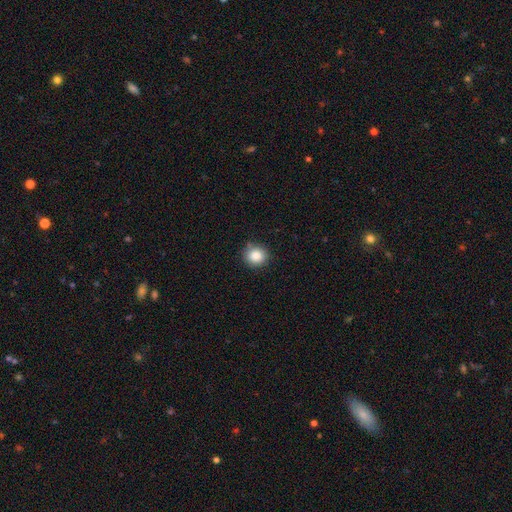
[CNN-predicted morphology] smooth-or-featured: smooth: 86% | star or artifact: 10% | featured or disk: 4%
  how-rounded: round: 86% | in between: 13% | cigar-shaped: 1%
  merging: none: 85% | minor disturbance: 11% | major disturbance: 2% | merger: 2%